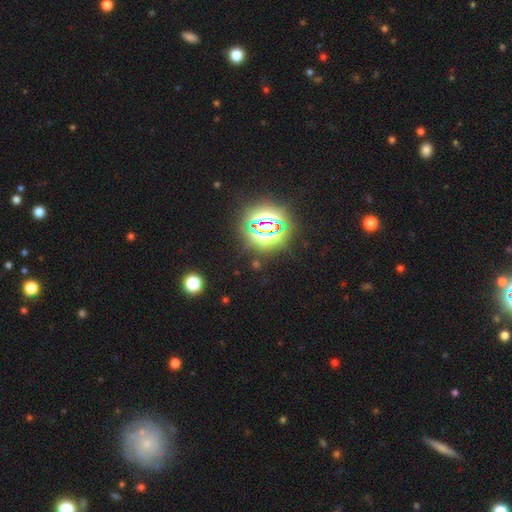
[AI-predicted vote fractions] Smooth or featured: star or artifact — 80% (smooth — 13%)